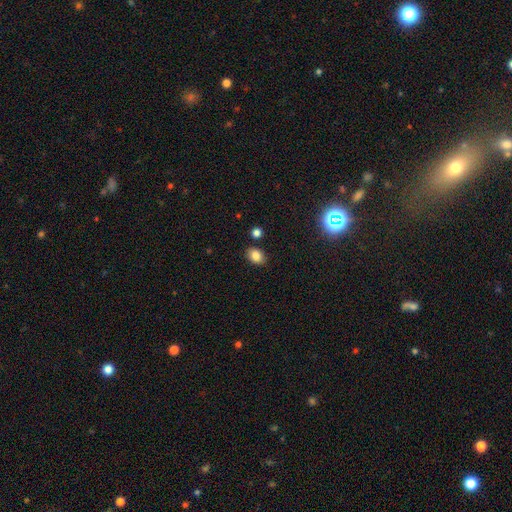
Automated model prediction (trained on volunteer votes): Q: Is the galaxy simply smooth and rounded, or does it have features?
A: smooth — 83%.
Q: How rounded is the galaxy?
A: in between — 69%.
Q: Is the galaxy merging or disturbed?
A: none — 82%.